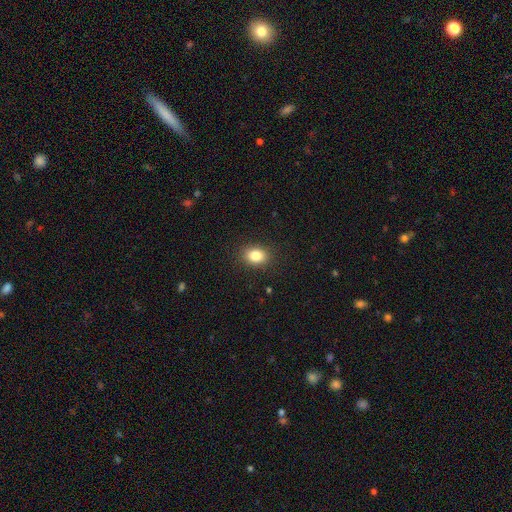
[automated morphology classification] smooth_or_featured: smooth (p=0.84) [alt: star or artifact p=0.10]
how_rounded: in between (p=0.66) [alt: round p=0.33]
merging: none (p=0.89) [alt: minor disturbance p=0.08]